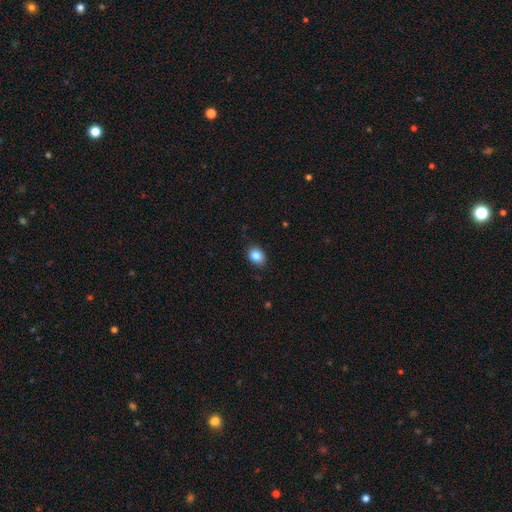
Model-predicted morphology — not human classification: This is clearly a smooth galaxy (85%). How rounded: possibly in between (56%). Merging: clearly none (85%).